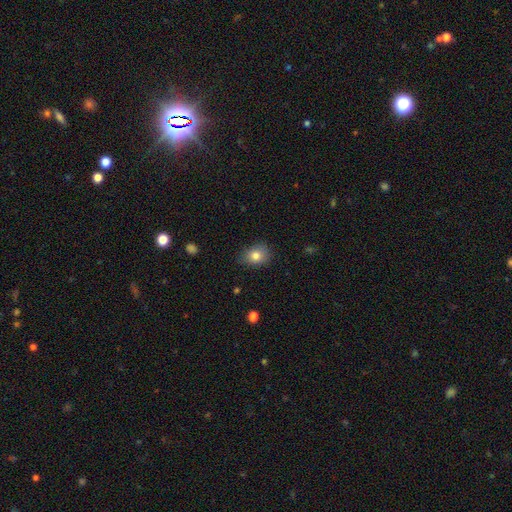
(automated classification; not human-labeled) Smooth or featured: smooth — 80% (star or artifact — 10%)
How rounded: in between — 54% (round — 45%)
Merging: none — 80% (minor disturbance — 16%)